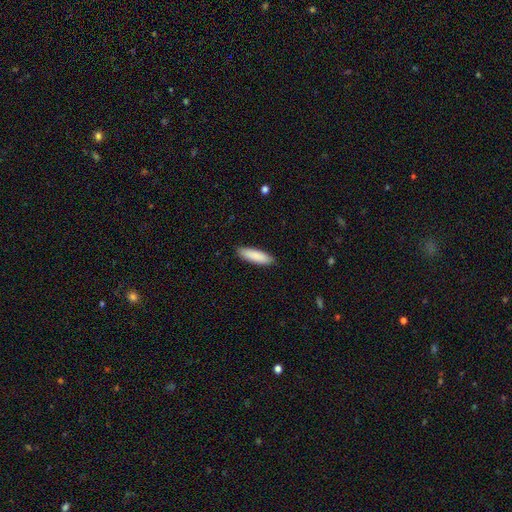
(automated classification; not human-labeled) Smooth or featured? Predicted: smooth (p=0.88). How rounded? Predicted: cigar-shaped (p=0.58). Merging? Predicted: none (p=0.90).